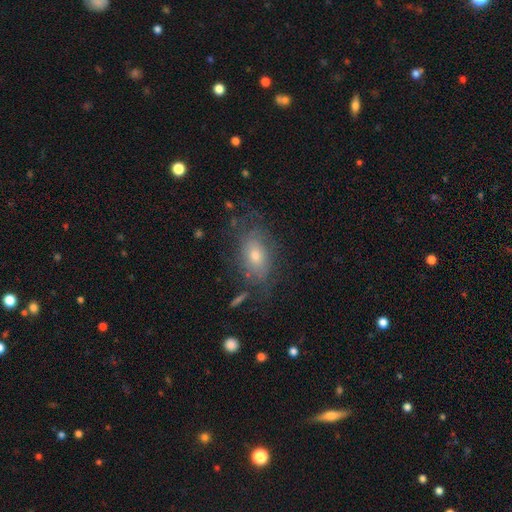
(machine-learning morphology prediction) This is possibly a featured or disk galaxy (46%). Merging: likely none (64%).